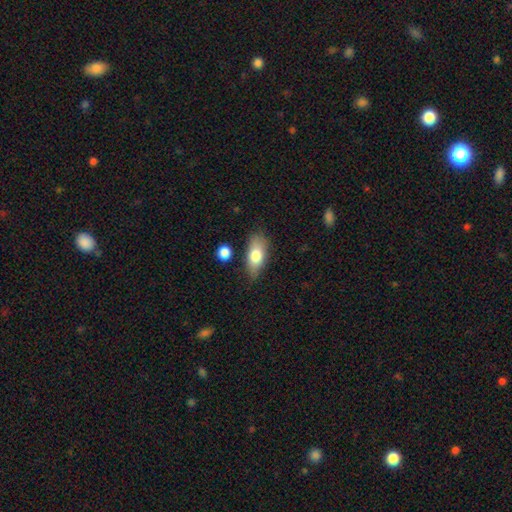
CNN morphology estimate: This is likely a smooth galaxy (75%). How rounded: clearly in between (81%). Merging: likely none (74%).